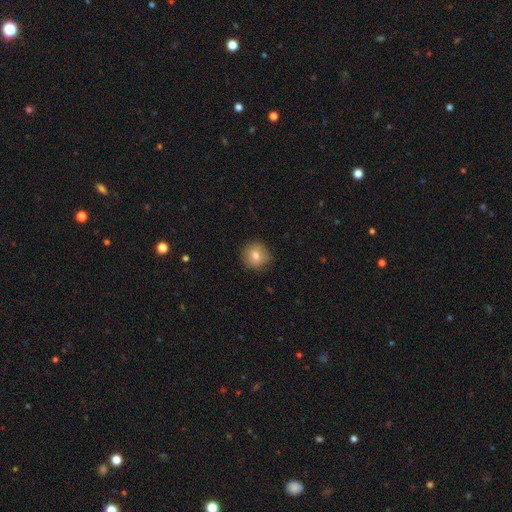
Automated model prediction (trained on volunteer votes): Smooth or featured? smooth (76%)
How rounded? round (93%)
Merging? none (87%)